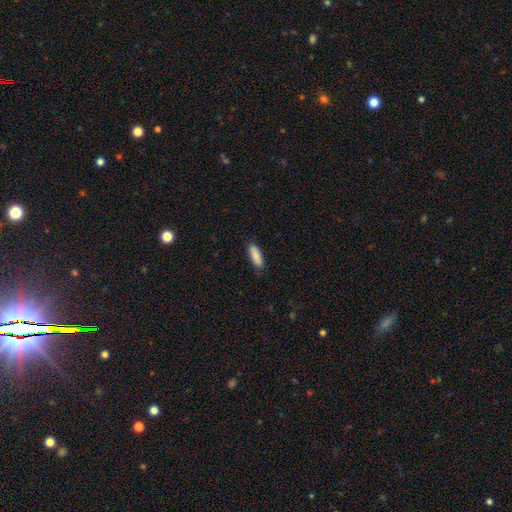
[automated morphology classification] A smooth galaxy with no disk features (87%) that is in between round and cigar-shaped (56%).

Vote fractions:
- Smooth or featured? smooth: 87% / featured or disk: 7% / star or artifact: 6%
- How rounded? in between: 56% / cigar-shaped: 43% / round: 2%
- Merging? none: 84% / minor disturbance: 13% / major disturbance: 2% / merger: 1%